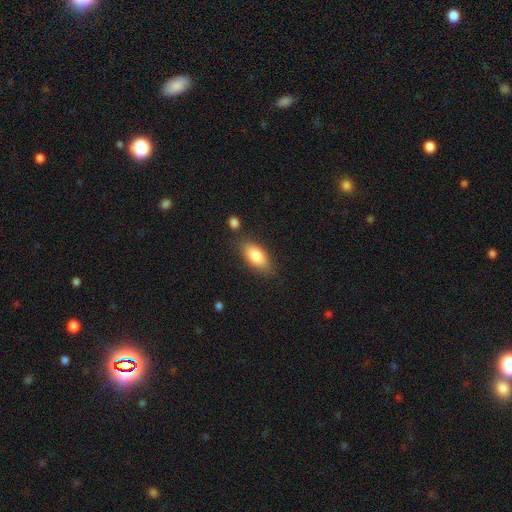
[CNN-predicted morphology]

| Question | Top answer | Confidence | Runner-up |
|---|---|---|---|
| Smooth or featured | smooth | 81% | featured or disk (12%) |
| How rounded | in between | 87% | cigar-shaped (9%) |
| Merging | none | 78% | minor disturbance (14%) |